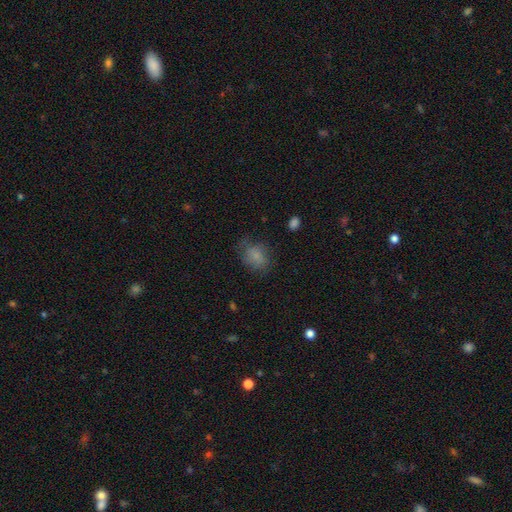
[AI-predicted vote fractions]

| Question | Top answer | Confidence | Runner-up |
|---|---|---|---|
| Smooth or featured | smooth | 78% | star or artifact (11%) |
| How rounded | in between | 53% | round (46%) |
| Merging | none | 60% | minor disturbance (25%) |